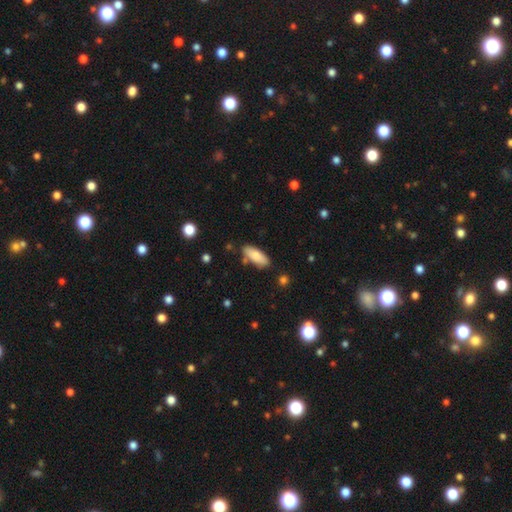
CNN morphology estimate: The model was most divided on "how rounded": in between: 74%, cigar-shaped: 25%, round: 2%. More confident: smooth or featured — smooth (82%); merging — none (78%).